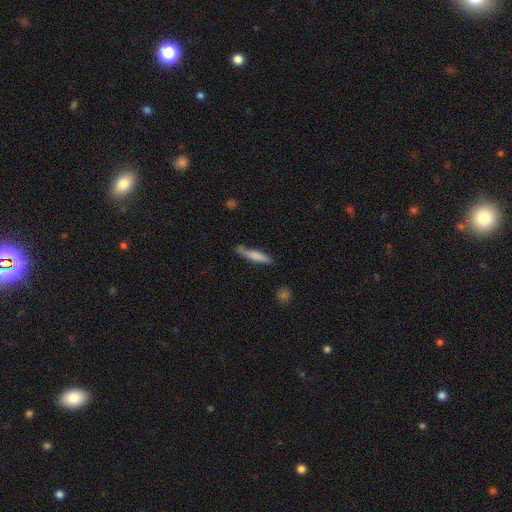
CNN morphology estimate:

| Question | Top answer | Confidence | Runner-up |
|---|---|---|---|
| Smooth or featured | smooth | 70% | featured or disk (24%) |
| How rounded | cigar-shaped | 84% | in between (14%) |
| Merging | none | 68% | minor disturbance (22%) |